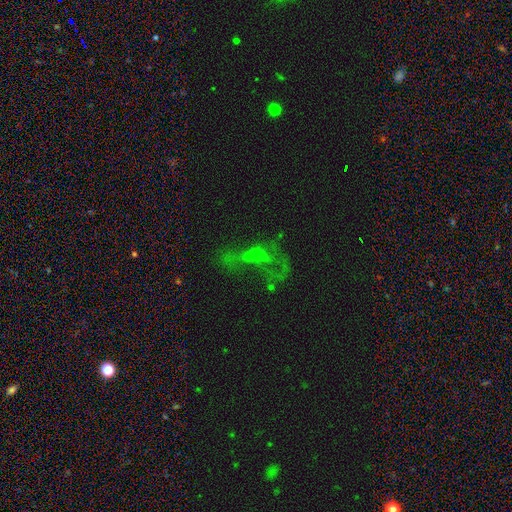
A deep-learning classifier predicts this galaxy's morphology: featured or disk 49%, star or artifact 28%, smooth 23%. Down the decision tree: merging — major disturbance (34%).